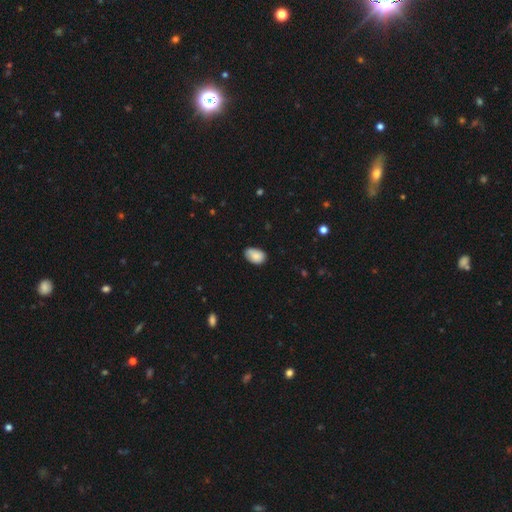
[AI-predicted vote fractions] Q: Smooth or featured?
A: smooth (85%); runner-up: featured or disk (7%)
Q: How rounded?
A: in between (90%); runner-up: round (8%)
Q: Merging?
A: none (70%); runner-up: minor disturbance (25%)